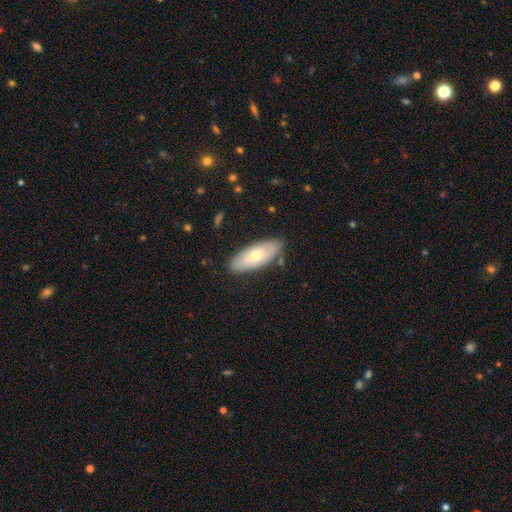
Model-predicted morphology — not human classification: smooth 57%, featured or disk 37%, star or artifact 6%. Down the decision tree: how rounded — in between (77%); merging — none (84%).